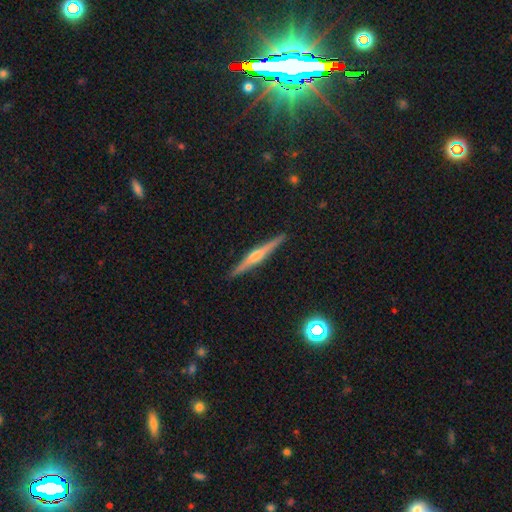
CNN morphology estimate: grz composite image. It shows a featured or disk galaxy (77%) viewed edge-on (98%) with a rounded central bulge (85%). Merging: none (92%).